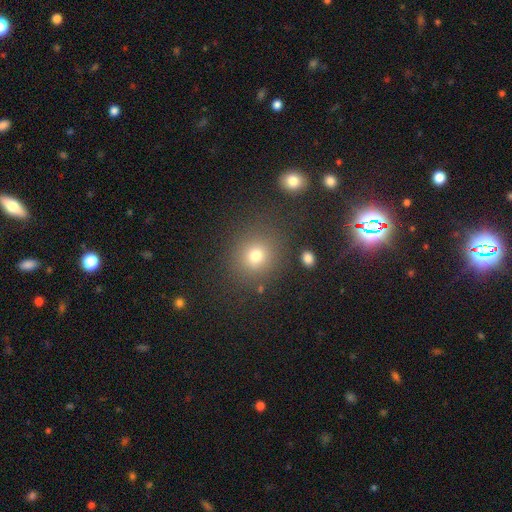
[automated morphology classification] smooth-or-featured: smooth: 74% | star or artifact: 17% | featured or disk: 9%
  how-rounded: round: 83% | in between: 16% | cigar-shaped: 1%
  merging: none: 82% | minor disturbance: 9% | major disturbance: 5% | merger: 4%